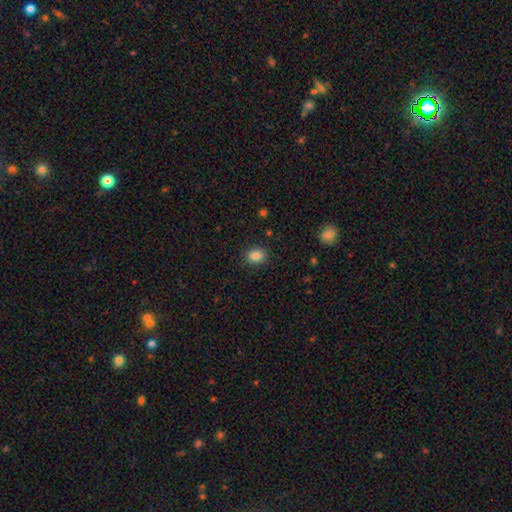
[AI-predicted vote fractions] A smooth galaxy with no disk features (85%) that is round (53%).

Vote fractions:
- Smooth or featured? smooth: 85% / star or artifact: 10% / featured or disk: 5%
- How rounded? round: 53% / in between: 46% / cigar-shaped: 1%
- Merging? none: 88% / minor disturbance: 8% / major disturbance: 2% / merger: 1%